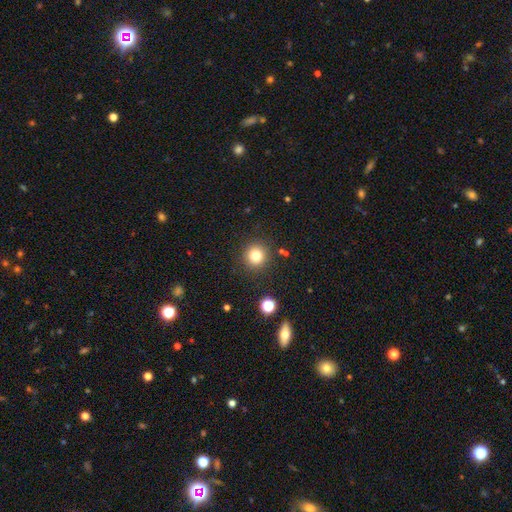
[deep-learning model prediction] Smooth or featured? Predicted: smooth (p=0.79). How rounded? Predicted: round (p=0.93). Merging? Predicted: none (p=0.89).